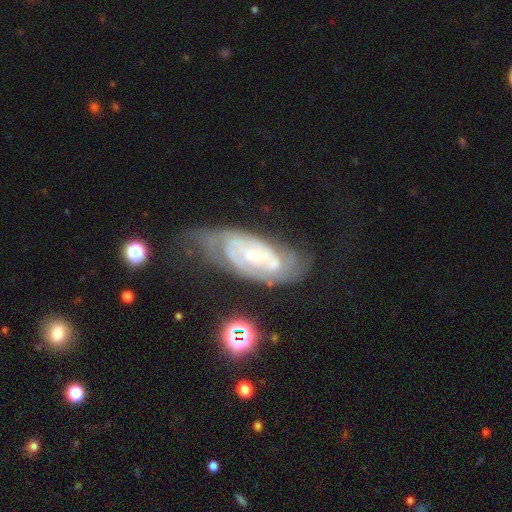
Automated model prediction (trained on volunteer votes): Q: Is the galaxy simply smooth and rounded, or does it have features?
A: featured or disk — 83%.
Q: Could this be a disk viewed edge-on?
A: no — 94%.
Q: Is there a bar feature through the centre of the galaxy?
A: no — 45%.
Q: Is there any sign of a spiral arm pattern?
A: yes — 93%.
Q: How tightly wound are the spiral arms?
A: tight — 63%.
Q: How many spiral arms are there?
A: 2 — 44%.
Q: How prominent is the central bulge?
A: small — 62%.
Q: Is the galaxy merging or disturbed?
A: none — 48%.